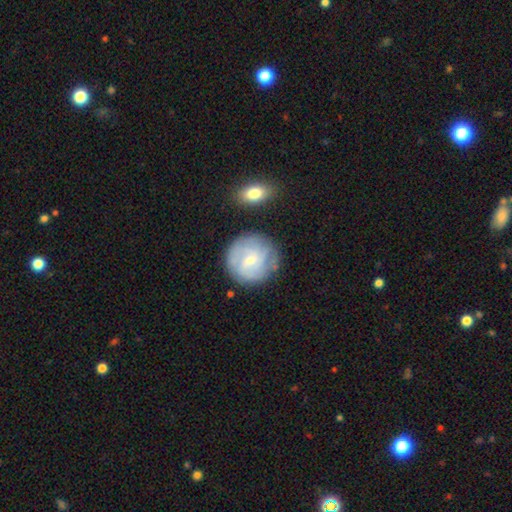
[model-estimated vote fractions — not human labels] featured or disk 66%, smooth 27%, star or artifact 7%. Down the decision tree: edge-on disk — no (97%); bar — no (49%); spiral arms — yes (88%); spiral arm count — can't tell (40%); spiral winding — tight (59%); bulge size — small (68%); merging — none (76%).